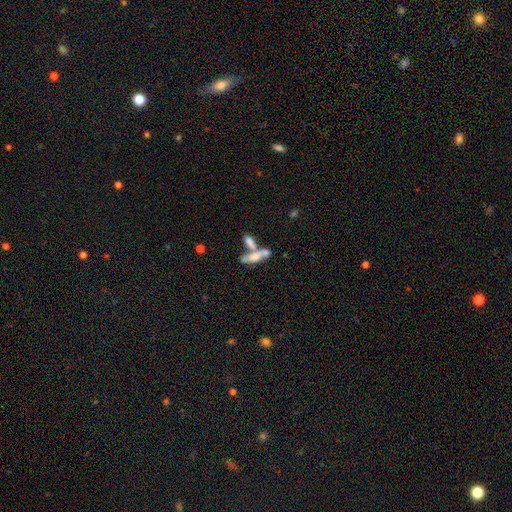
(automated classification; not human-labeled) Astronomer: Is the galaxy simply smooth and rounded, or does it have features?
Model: smooth — 56% (runner-up: featured or disk, 35%).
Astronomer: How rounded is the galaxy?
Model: in between — 54% (runner-up: cigar-shaped, 42%).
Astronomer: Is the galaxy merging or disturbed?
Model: merger — 53% (runner-up: none, 28%).